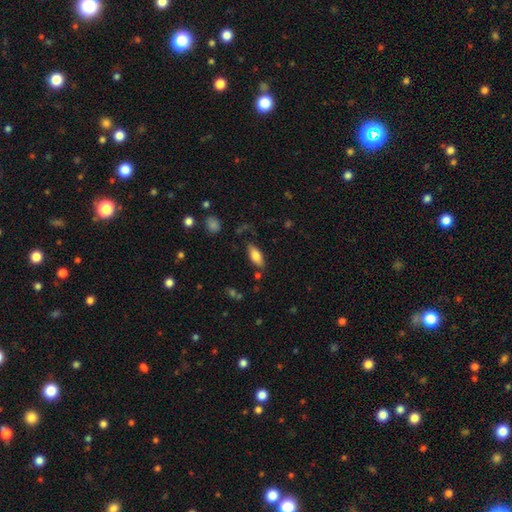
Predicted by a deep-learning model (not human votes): smooth_or_featured: smooth (p=0.75) [alt: featured or disk p=0.18]
how_rounded: in between (p=0.79) [alt: cigar-shaped p=0.19]
merging: none (p=0.78) [alt: minor disturbance p=0.15]